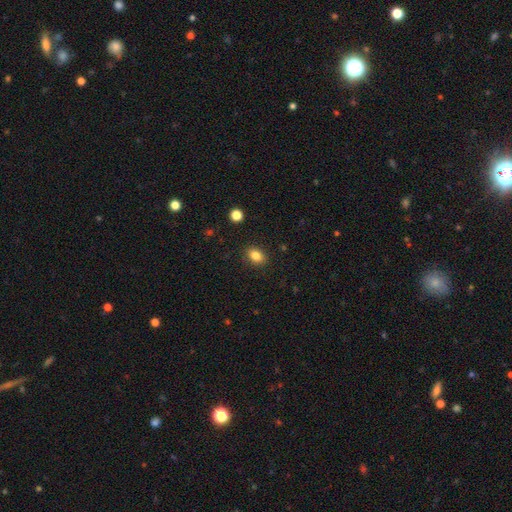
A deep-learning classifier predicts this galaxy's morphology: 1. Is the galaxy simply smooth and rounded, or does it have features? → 84% smooth, 10% star or artifact, 6% featured or disk.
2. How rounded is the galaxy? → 71% in between, 27% round, 1% cigar-shaped.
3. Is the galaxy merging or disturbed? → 87% none, 10% minor disturbance, 2% major disturbance, 1% merger.